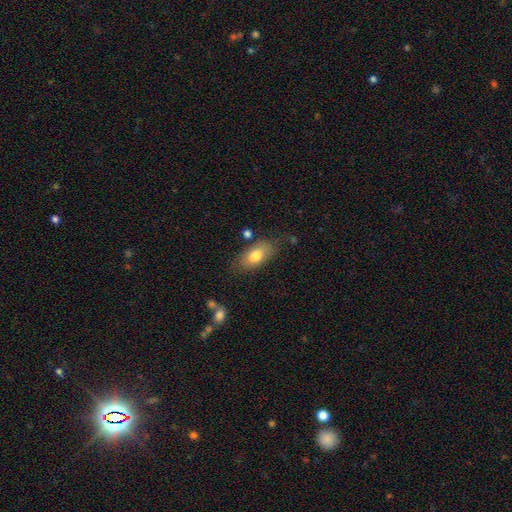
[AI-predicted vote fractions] smooth 77%, featured or disk 16%, star or artifact 7%. Down the decision tree: how rounded — in between (90%); merging — none (72%).